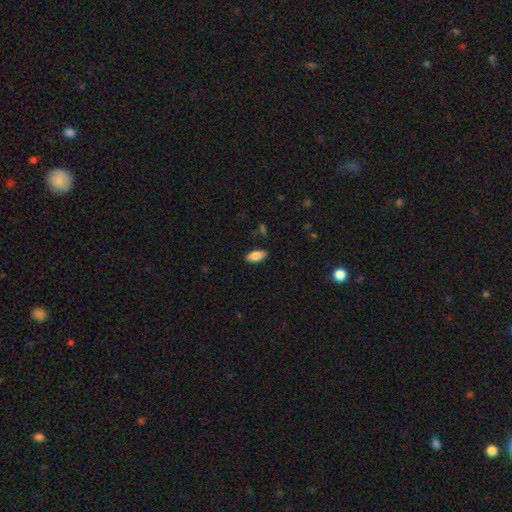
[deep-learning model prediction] A smooth galaxy with no disk features (85%) that is in between round and cigar-shaped (88%). Merging: none (88%).